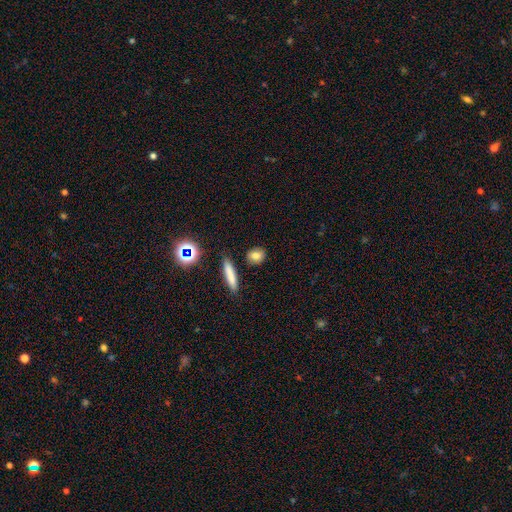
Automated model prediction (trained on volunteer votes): Smooth or featured? smooth (78%)
How rounded? round (46%)
Merging? none (86%)